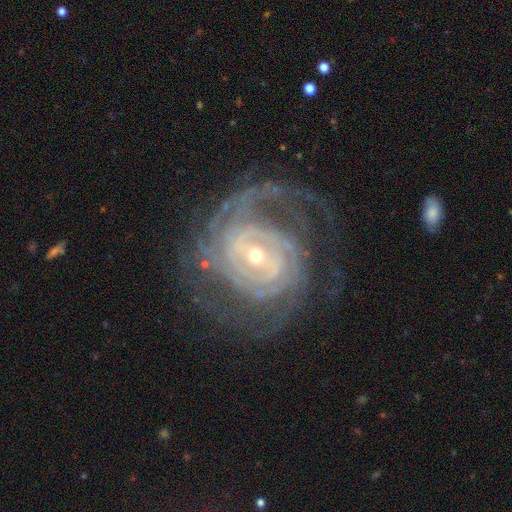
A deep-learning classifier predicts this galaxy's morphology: This is clearly a featured or disk galaxy (90%). It is clearly not viewed edge-on (97%). Bar: marginally no (44%). Spiral arm pattern: clearly yes (97%). Spiral arm count: marginally can't tell (28%). Spiral winding: likely tight (72%). Central bulge: likely small (66%). Merging: likely none (67%).